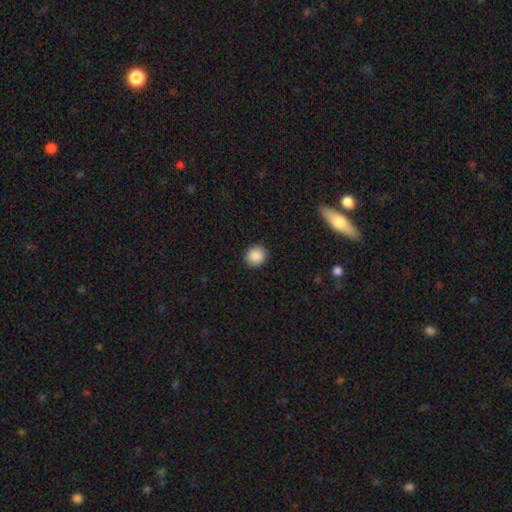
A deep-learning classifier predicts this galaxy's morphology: This appears to be a smooth galaxy with no disk features (89%) that is round (88%). Merging: none (91%).